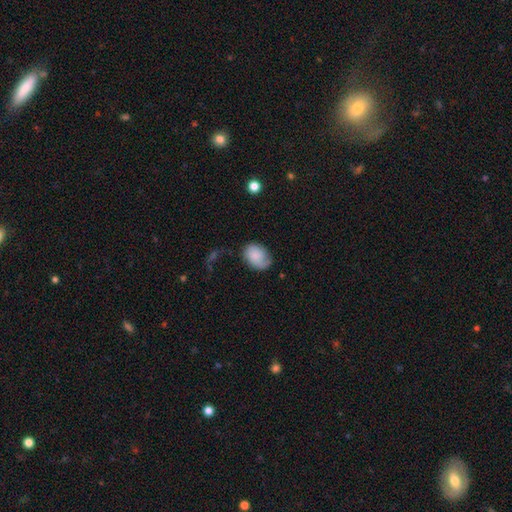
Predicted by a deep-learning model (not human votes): This appears to be a smooth galaxy with no disk features (68%) that is in between round and cigar-shaped (72%). Merging: none (56%).